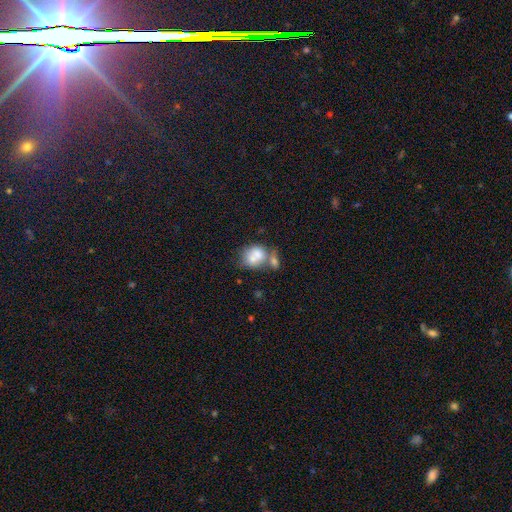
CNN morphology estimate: Smooth or featured?
  - smooth: 72% *
  - featured or disk: 19%
  - star or artifact: 8%
How rounded?
  - round: 51% *
  - in between: 48%
  - cigar-shaped: 1%
Merging?
  - merger: 60% *
  - none: 23%
  - minor disturbance: 10%
  - major disturbance: 6%